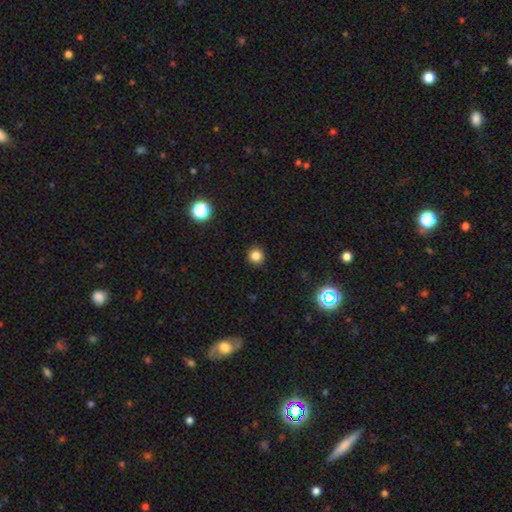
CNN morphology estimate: smooth_or_featured: smooth (p=0.82) [alt: star or artifact p=0.14]
how_rounded: round (p=0.93) [alt: in between p=0.06]
merging: none (p=0.92) [alt: minor disturbance p=0.05]